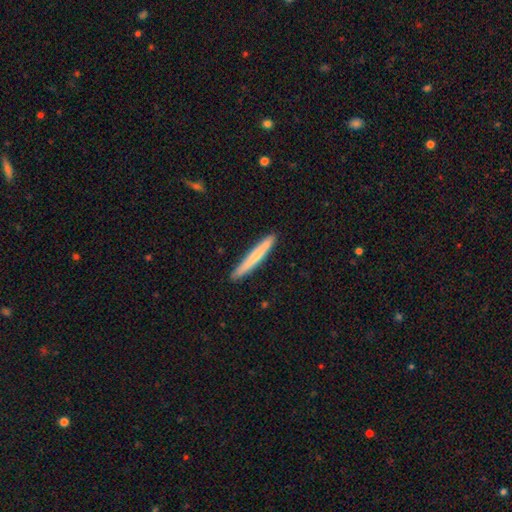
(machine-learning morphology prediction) type=smooth (63%); roundness=cigar-shaped (96%); merging=none (91%).